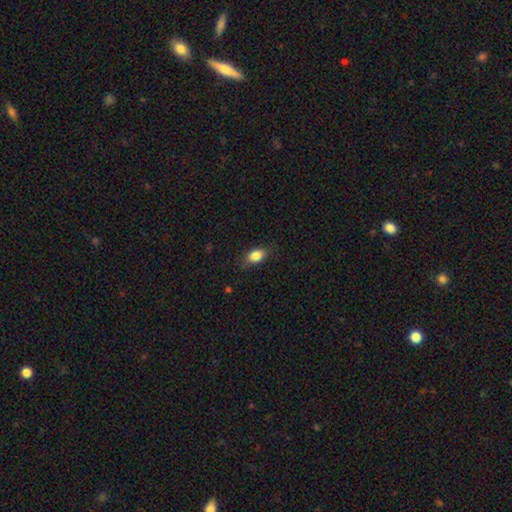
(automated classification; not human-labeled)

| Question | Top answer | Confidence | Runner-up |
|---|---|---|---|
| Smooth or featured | smooth | 86% | star or artifact (8%) |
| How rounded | in between | 86% | round (10%) |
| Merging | none | 82% | minor disturbance (13%) |